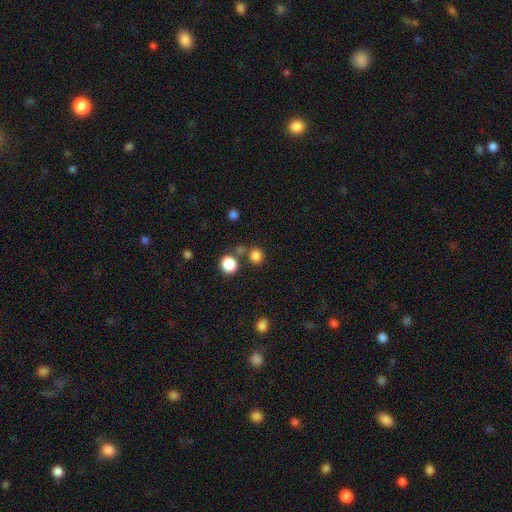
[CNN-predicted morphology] This appears to be a smooth galaxy with no disk features (82%) that is round (87%). Merging: none (74%).